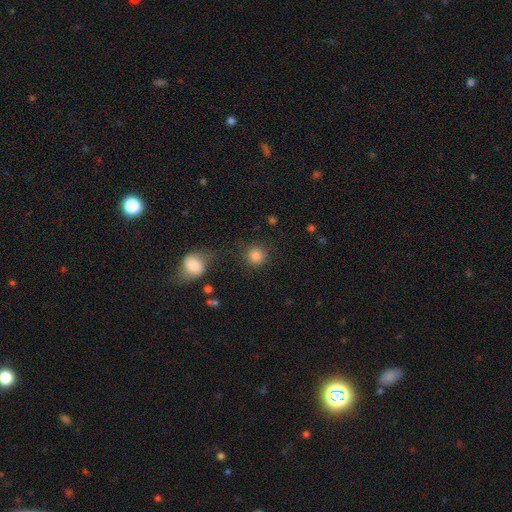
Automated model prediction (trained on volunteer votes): smooth-or-featured: smooth: 85% | star or artifact: 11% | featured or disk: 5%
  how-rounded: round: 91% | in between: 8% | cigar-shaped: 1%
  merging: none: 81% | minor disturbance: 9% | major disturbance: 5% | merger: 5%